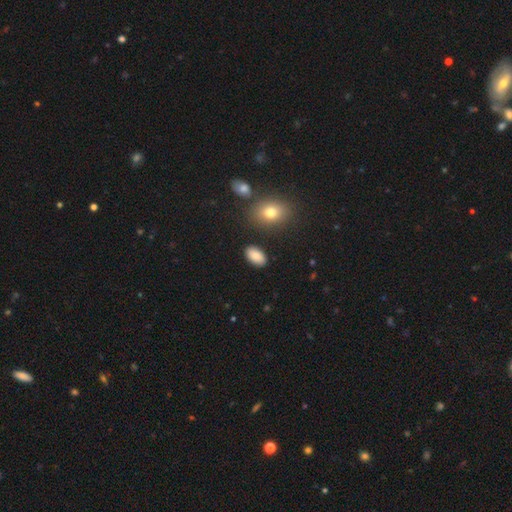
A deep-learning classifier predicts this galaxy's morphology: Overall: smooth (87%). How rounded: in between (94%). Merging: none (87%).